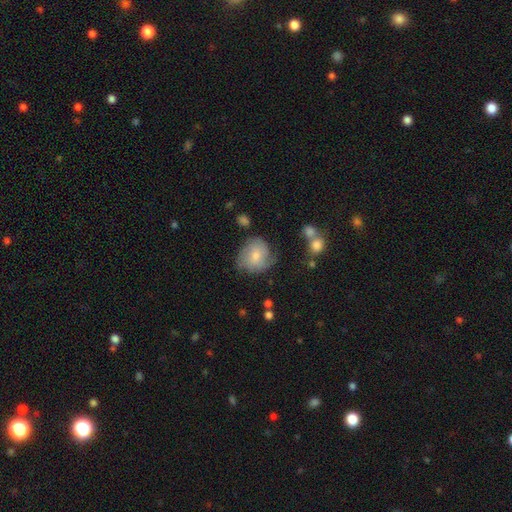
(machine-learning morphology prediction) Q: Smooth or featured?
A: smooth (49%); runner-up: featured or disk (44%)
Q: Merging?
A: none (59%); runner-up: minor disturbance (27%)